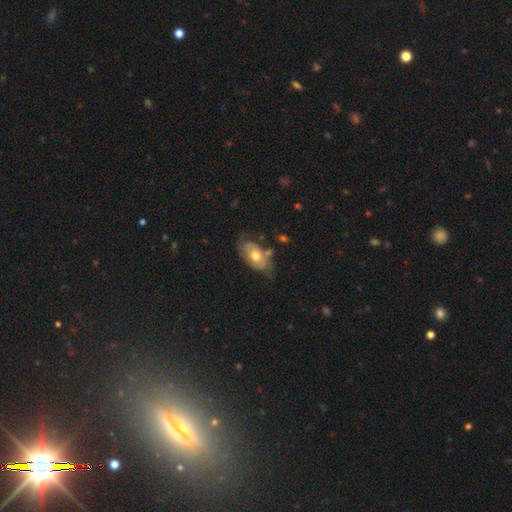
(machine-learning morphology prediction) Smooth or featured? Predicted: featured or disk (p=0.56). Edge-on disk? Predicted: no (p=0.92). Bar? Predicted: no (p=0.81). Spiral arms? Predicted: yes (p=0.62). Bulge size? Predicted: moderate (p=0.74). Merging? Predicted: none (p=0.55).